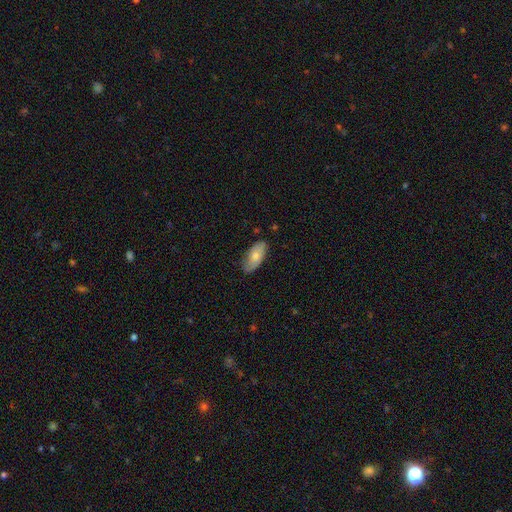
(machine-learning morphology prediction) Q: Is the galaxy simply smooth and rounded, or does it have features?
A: smooth — 70%.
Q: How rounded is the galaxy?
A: in between — 89%.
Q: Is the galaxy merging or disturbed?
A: none — 77%.